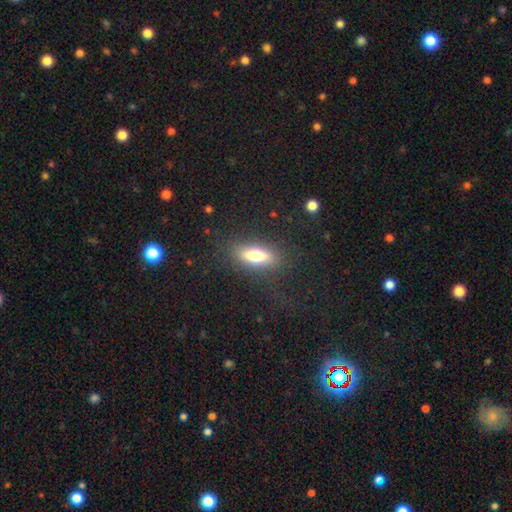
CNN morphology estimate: This appears to be a smooth galaxy with no disk features (69%) that is in between round and cigar-shaped (66%). Merging: none (83%).